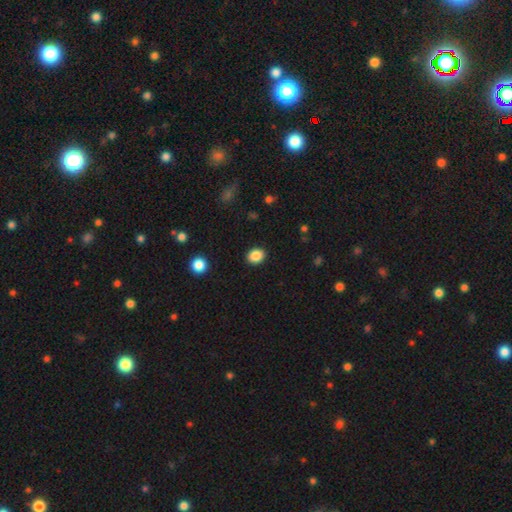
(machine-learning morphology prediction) Smooth or featured? smooth (87%)
How rounded? round (58%)
Merging? none (90%)